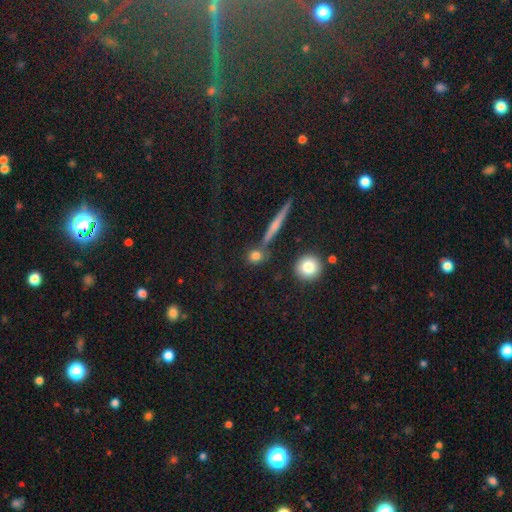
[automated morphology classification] A smooth galaxy with no disk features (78%) that is round (81%). Merging: none (76%).